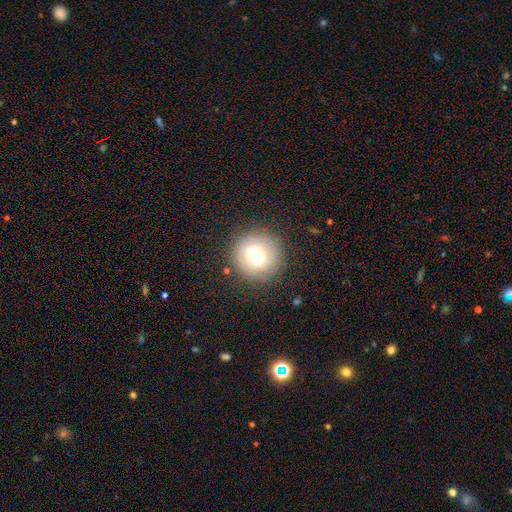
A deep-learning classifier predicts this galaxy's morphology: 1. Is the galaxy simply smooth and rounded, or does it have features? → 71% smooth, 19% featured or disk, 11% star or artifact.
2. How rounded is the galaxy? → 93% round, 6% in between, 1% cigar-shaped.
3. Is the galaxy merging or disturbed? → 85% none, 9% minor disturbance, 4% major disturbance, 1% merger.